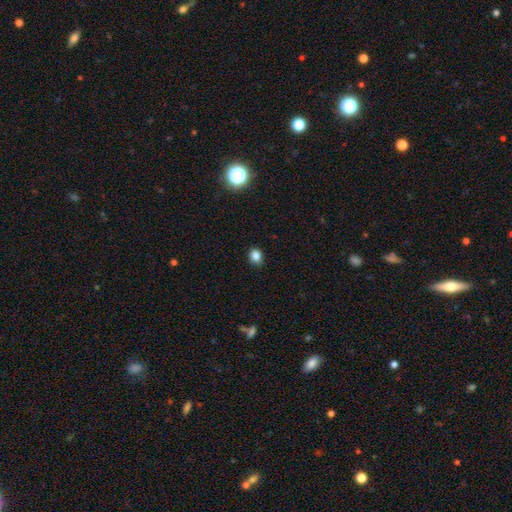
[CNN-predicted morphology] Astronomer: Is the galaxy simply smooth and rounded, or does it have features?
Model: smooth — 84%.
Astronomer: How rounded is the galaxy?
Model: round — 59% (runner-up: in between, 40%).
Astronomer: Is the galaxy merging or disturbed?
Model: none — 84%.